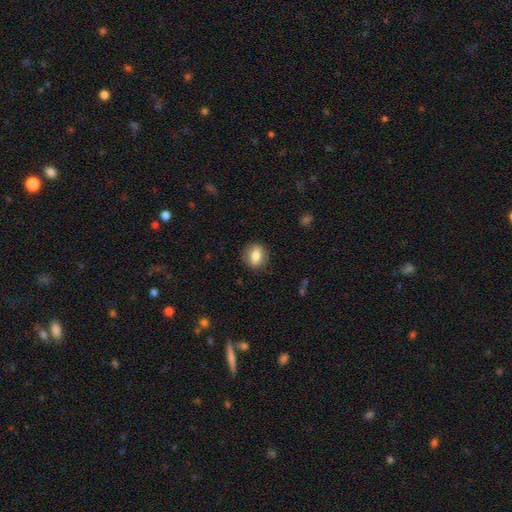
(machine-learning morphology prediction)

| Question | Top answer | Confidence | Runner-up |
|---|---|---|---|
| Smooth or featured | smooth | 77% | featured or disk (14%) |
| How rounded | round | 55% | in between (43%) |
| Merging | none | 86% | minor disturbance (10%) |